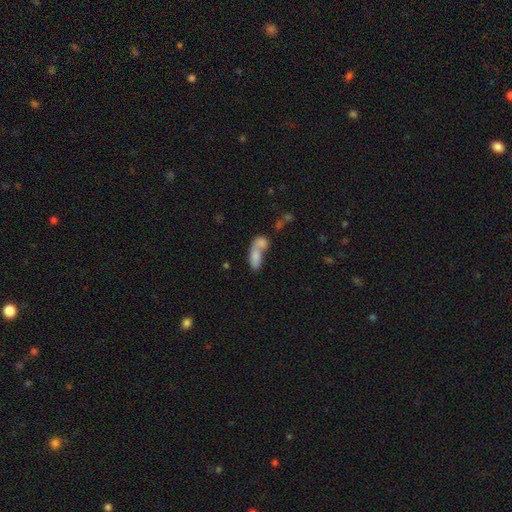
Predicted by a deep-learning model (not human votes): Q: Smooth or featured?
A: smooth (78%); runner-up: featured or disk (14%)
Q: How rounded?
A: in between (78%); runner-up: cigar-shaped (15%)
Q: Merging?
A: merger (69%); runner-up: none (19%)